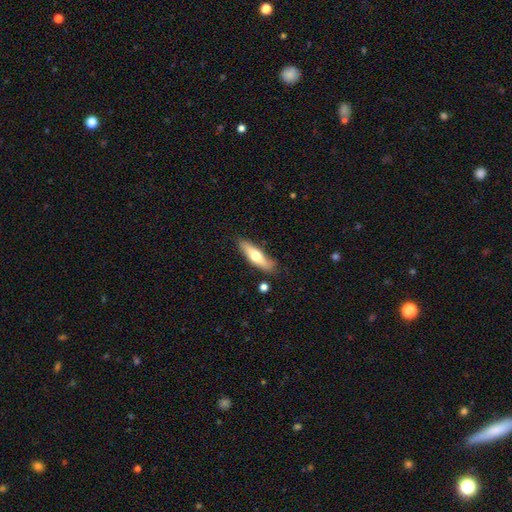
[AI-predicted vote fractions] Overall: smooth (57%; featured or disk 37%). How rounded: cigar-shaped (61%; in between 37%). Merging: none (80%).